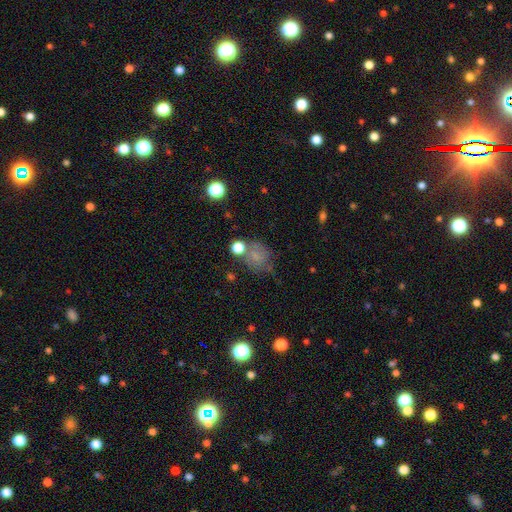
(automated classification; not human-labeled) Smooth or featured? Predicted: smooth (p=0.63). How rounded? Predicted: round (p=0.61). Merging? Predicted: none (p=0.48).